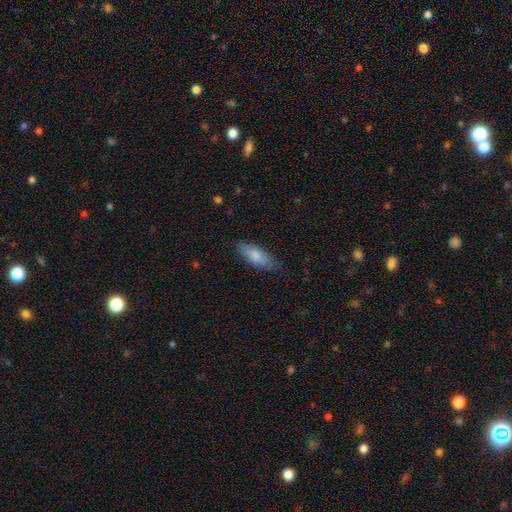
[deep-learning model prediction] This appears to be a smooth galaxy with no disk features (80%) that is in between round and cigar-shaped (72%). Merging: none (77%).